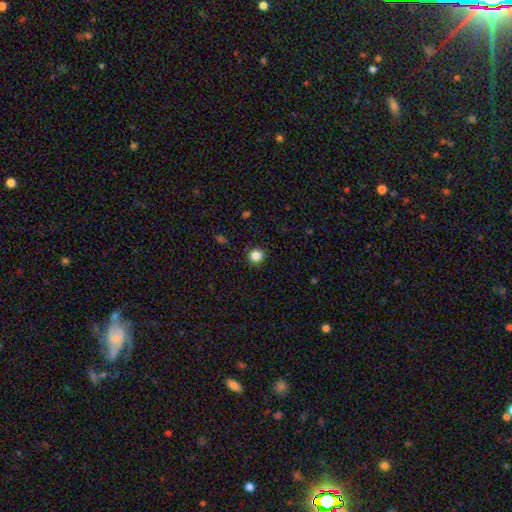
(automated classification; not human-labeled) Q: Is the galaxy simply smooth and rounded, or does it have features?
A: smooth — 85%.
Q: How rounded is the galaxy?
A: round — 92%.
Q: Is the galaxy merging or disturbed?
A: none — 91%.